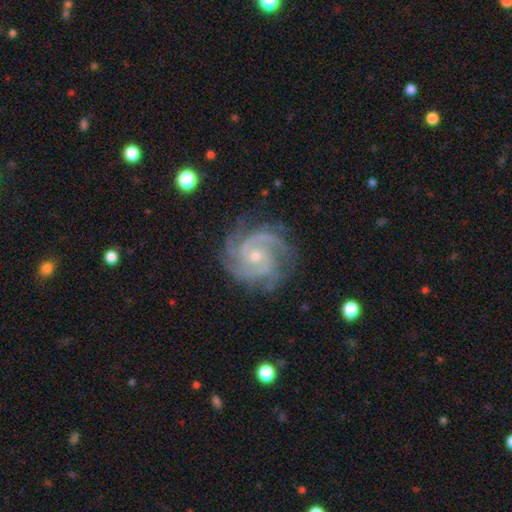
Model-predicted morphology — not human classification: smooth-or-featured: featured or disk: 91% | star or artifact: 5% | smooth: 4%
  disk-edge-on: no: 98% | yes: 2%
    bar: no: 69% | weak: 26% | strong: 6%
    has-spiral-arms: yes: 98% | no: 2%
      spiral-winding: tight: 59% | medium: 36% | loose: 5%
      spiral-arm-count: 3: 39% | 2: 24% | 4: 13% | can't tell: 12% | more than 4: 6% | 1: 6%
    bulge-size: small: 65% | moderate: 32% | none: 1% | large: 1% | dominant: 1%
  merging: none: 77% | minor disturbance: 16% | major disturbance: 6% | merger: 1%